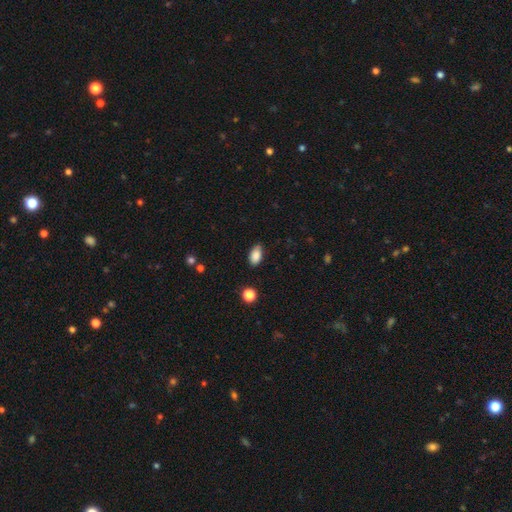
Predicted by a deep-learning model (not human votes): This appears to be a smooth galaxy with no disk features (87%) that is in between round and cigar-shaped (92%). Merging: none (81%).